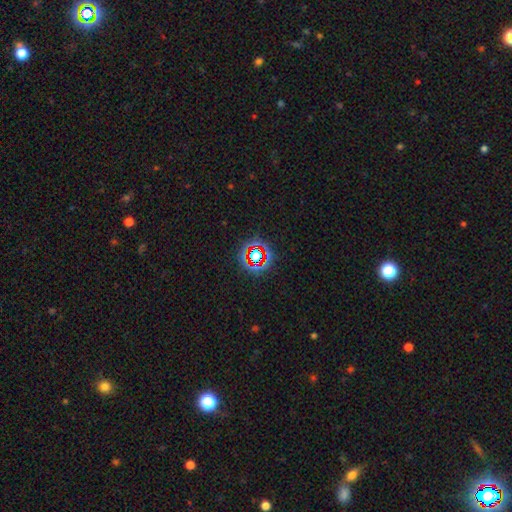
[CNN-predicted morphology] This appears to be a star or artifact, not a galaxy (70%).